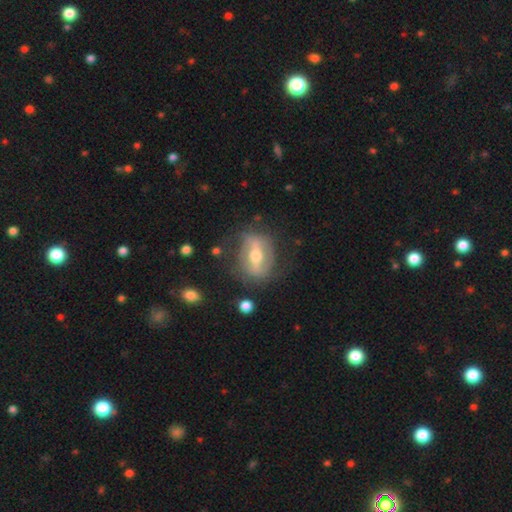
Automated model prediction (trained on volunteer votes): Morphology: type=featured or disk (69%); edge-on=no (82%); bar=strong (62%); spiral arms=no (54%); bulge=moderate (69%); merging=none (70%).